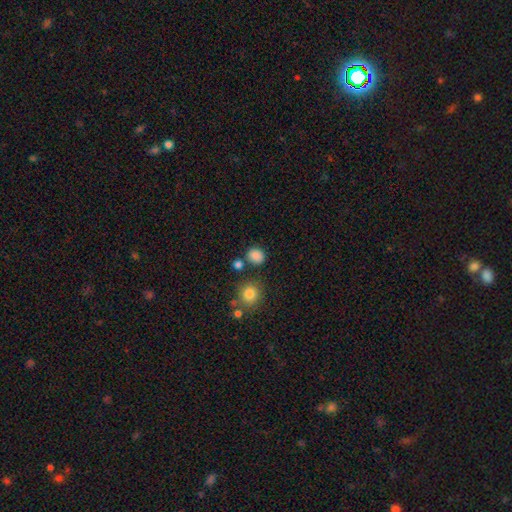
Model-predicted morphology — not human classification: smooth-or-featured: smooth: 84% | star or artifact: 12% | featured or disk: 4%
  how-rounded: round: 77% | in between: 22% | cigar-shaped: 1%
  merging: none: 77% | minor disturbance: 12% | merger: 7% | major disturbance: 4%